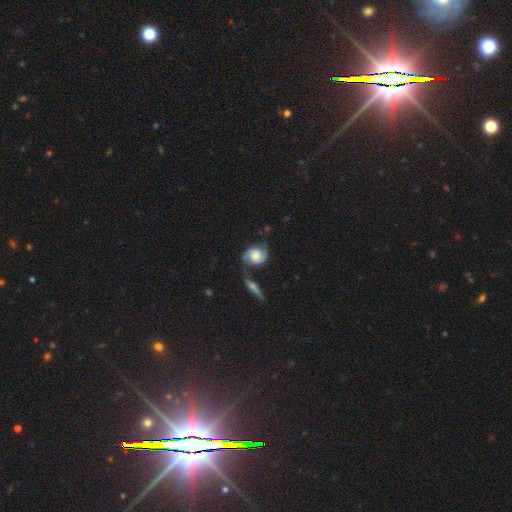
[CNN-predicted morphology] Smooth or featured? featured or disk (79%)
Edge-on disk? no (96%)
Bar? no (64%)
Spiral arms? yes (96%)
Spiral winding? medium (49%)
Spiral arm count? 2 (92%)
Bulge size? moderate (38%)
Merging? none (61%)